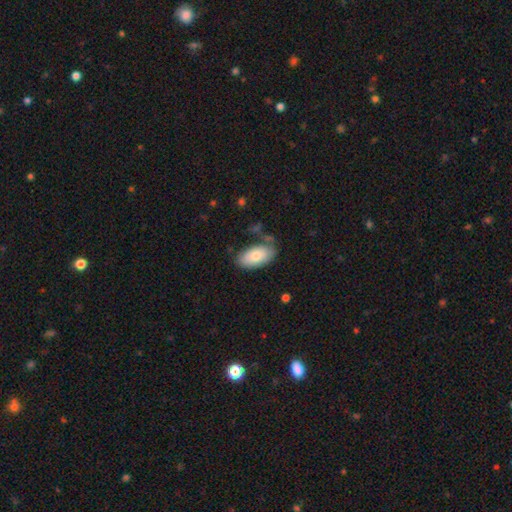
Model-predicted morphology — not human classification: The model was most divided on "merging": none: 68%, minor disturbance: 20%, merger: 6%, major disturbance: 6%. More confident: how rounded — in between (95%); smooth or featured — smooth (79%).